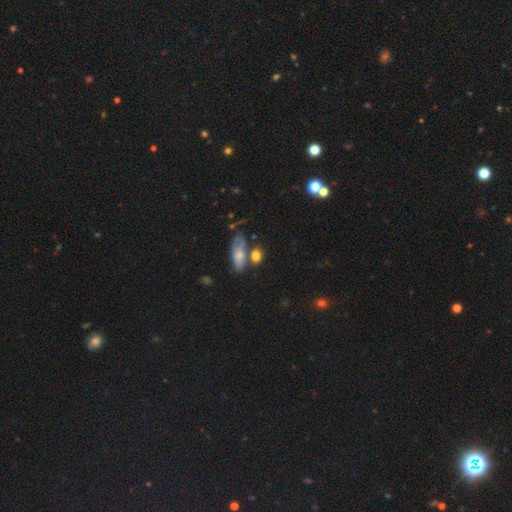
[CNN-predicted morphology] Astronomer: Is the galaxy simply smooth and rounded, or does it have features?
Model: smooth — 76%.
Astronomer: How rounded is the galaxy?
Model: in between — 60%.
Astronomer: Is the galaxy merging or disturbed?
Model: none — 49% (runner-up: merger, 27%).